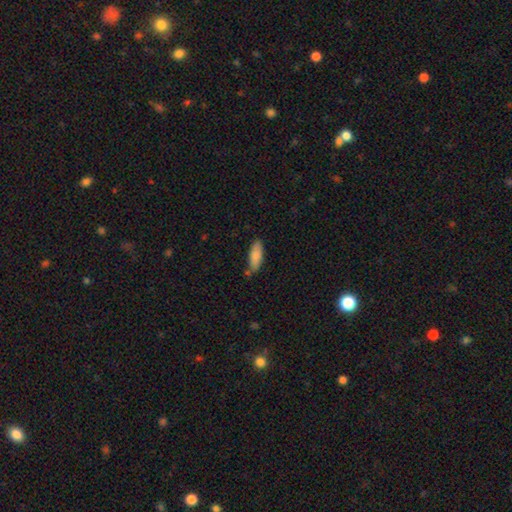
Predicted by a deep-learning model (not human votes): Smooth or featured: smooth — 84% (featured or disk — 10%)
How rounded: in between — 62% (cigar-shaped — 36%)
Merging: none — 74% (minor disturbance — 17%)